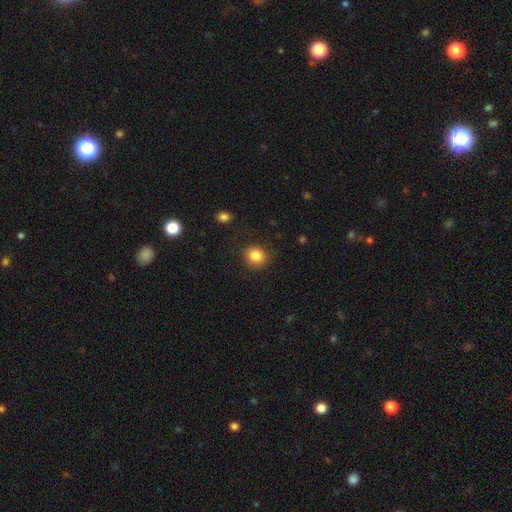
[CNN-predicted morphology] smooth_or_featured: smooth (p=0.84) [alt: star or artifact p=0.10]
how_rounded: round (p=0.85) [alt: in between p=0.14]
merging: none (p=0.88) [alt: minor disturbance p=0.08]